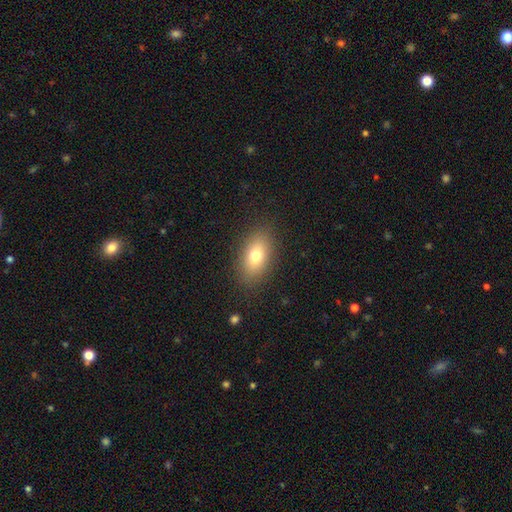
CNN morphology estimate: smooth 75%, featured or disk 15%, star or artifact 10%. Down the decision tree: how rounded — in between (85%); merging — none (86%).